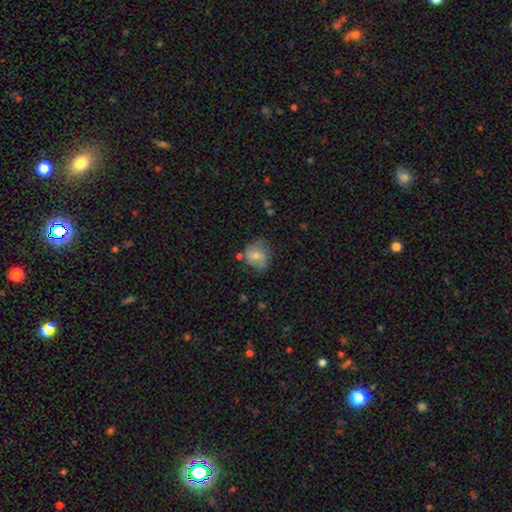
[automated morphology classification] type=smooth (53%); roundness=round (68%); merging=none (60%).